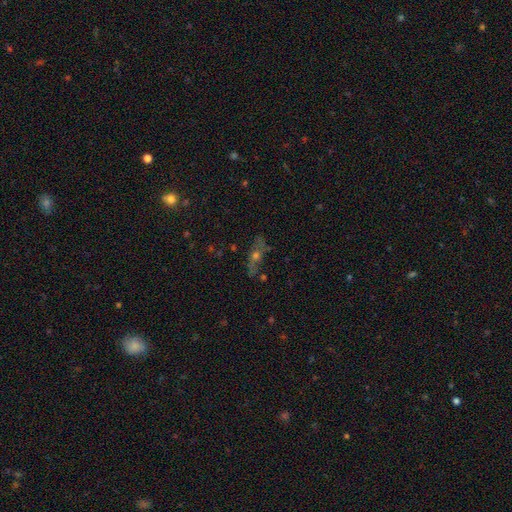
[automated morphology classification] Smooth or featured: featured or disk — 50% (smooth — 28%)
Merging: none — 72% (minor disturbance — 16%)